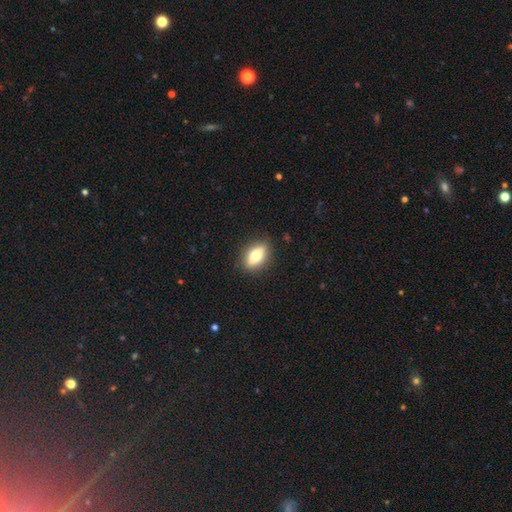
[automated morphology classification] Smooth or featured?
  - smooth: 67% *
  - featured or disk: 25%
  - star or artifact: 8%
How rounded?
  - in between: 78% *
  - cigar-shaped: 14%
  - round: 8%
Merging?
  - none: 87% *
  - minor disturbance: 10%
  - major disturbance: 2%
  - merger: 1%